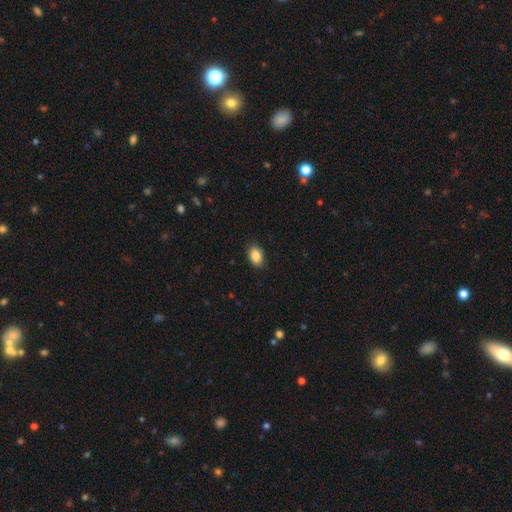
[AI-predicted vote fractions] Morphology: type=smooth (88%); roundness=in between (85%); merging=none (87%).